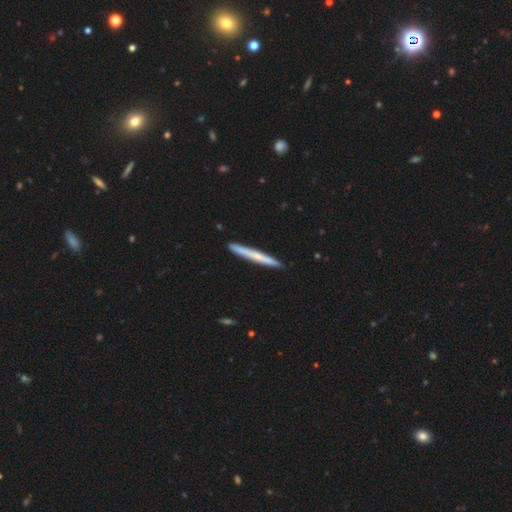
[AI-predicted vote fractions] Smooth or featured?
  - smooth: 54% *
  - featured or disk: 40%
  - star or artifact: 6%
How rounded?
  - cigar-shaped: 97% *
  - in between: 2%
  - round: 1%
Merging?
  - none: 91% *
  - minor disturbance: 6%
  - major disturbance: 1%
  - merger: 1%